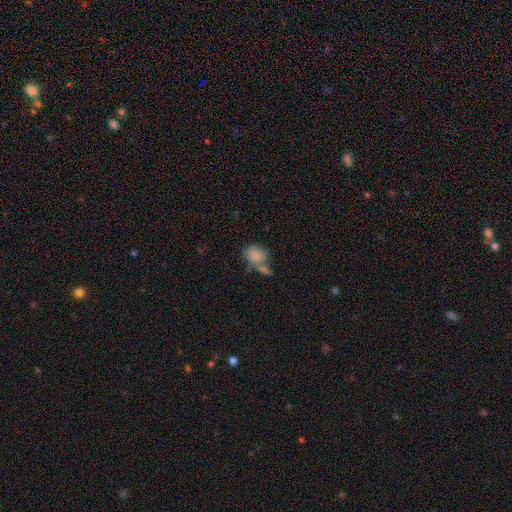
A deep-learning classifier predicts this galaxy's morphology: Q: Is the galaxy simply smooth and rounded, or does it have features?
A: smooth — 82%.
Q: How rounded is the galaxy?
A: in between — 52%.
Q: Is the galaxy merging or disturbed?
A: none — 40%.